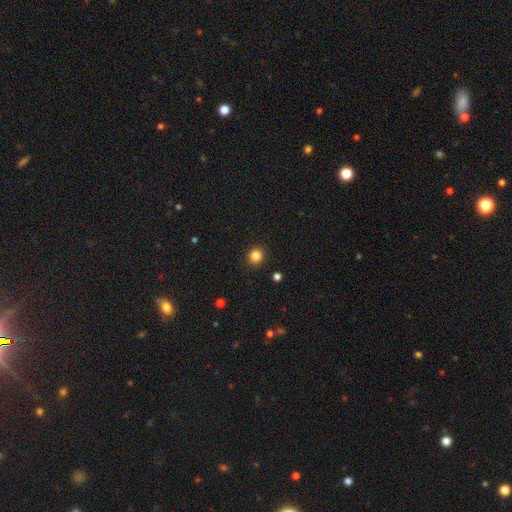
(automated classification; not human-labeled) Smooth or featured?
  - smooth: 85% *
  - star or artifact: 11%
  - featured or disk: 3%
How rounded?
  - round: 89% *
  - in between: 10%
  - cigar-shaped: 1%
Merging?
  - none: 91% *
  - minor disturbance: 6%
  - major disturbance: 2%
  - merger: 1%